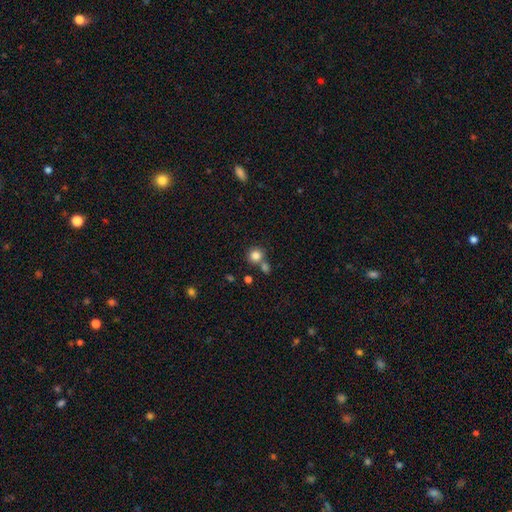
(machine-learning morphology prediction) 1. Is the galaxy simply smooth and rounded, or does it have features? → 83% smooth, 11% star or artifact, 6% featured or disk.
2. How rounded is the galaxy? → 91% round, 8% in between, 1% cigar-shaped.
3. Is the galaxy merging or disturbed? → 65% none, 23% merger, 9% minor disturbance, 3% major disturbance.